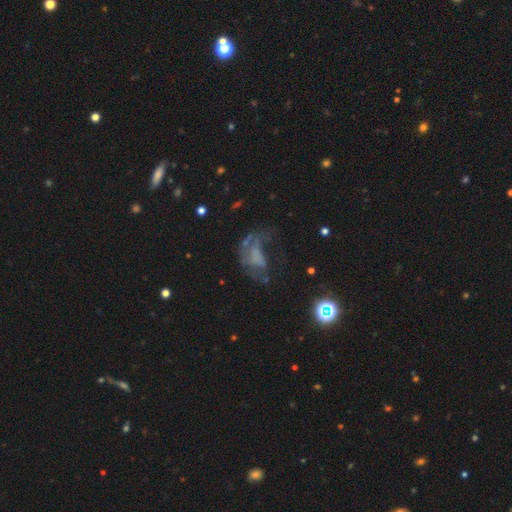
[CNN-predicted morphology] A featured or disk galaxy (52%) with no bar (76%), no spiral arms (59%) and no central bulge (67%).

Vote fractions:
- Smooth or featured? featured or disk: 52% / smooth: 27% / star or artifact: 20%
- Edge-on disk? no: 96% / yes: 4%
- Bar? no: 76% / weak: 18% / strong: 6%
- Spiral arms? no: 59% / yes: 41%
- Bulge size? none: 67% / small: 13% / moderate: 12% / large: 7% / dominant: 2%
- Merging? major disturbance: 49% / none: 29% / minor disturbance: 17% / merger: 5%